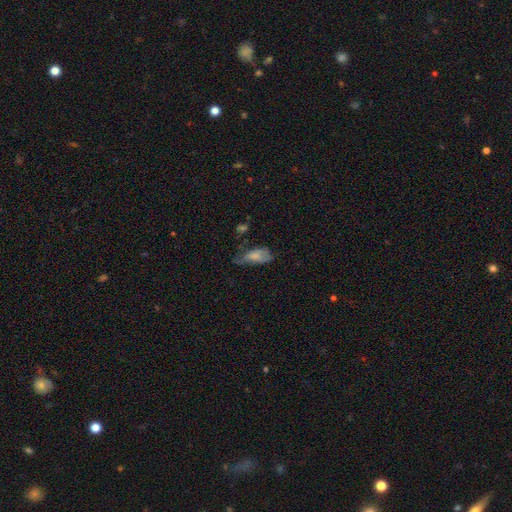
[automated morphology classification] Q: Smooth or featured?
A: smooth (67%); runner-up: featured or disk (23%)
Q: How rounded?
A: in between (87%); runner-up: cigar-shaped (9%)
Q: Merging?
A: minor disturbance (35%); runner-up: major disturbance (33%)